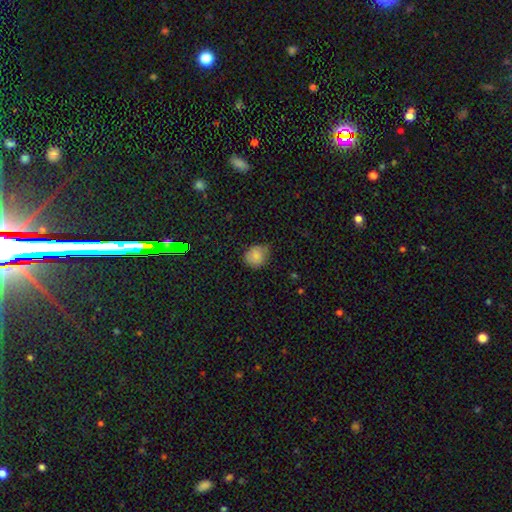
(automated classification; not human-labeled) Smooth or featured?
  - smooth: 82% *
  - star or artifact: 11%
  - featured or disk: 7%
How rounded?
  - round: 74% *
  - in between: 25%
  - cigar-shaped: 1%
Merging?
  - none: 63% *
  - minor disturbance: 31%
  - major disturbance: 5%
  - merger: 1%